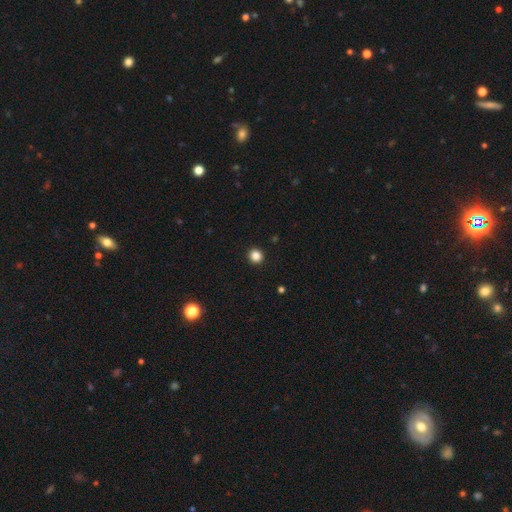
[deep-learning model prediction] This is clearly a smooth galaxy (85%). How rounded: clearly round (93%). Merging: clearly none (93%).